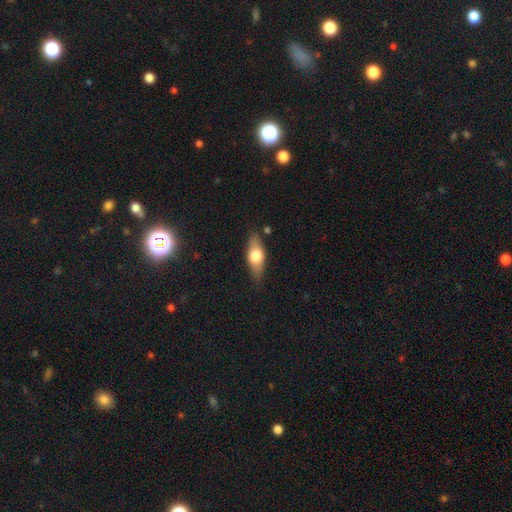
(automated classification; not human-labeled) smooth 56%, featured or disk 38%, star or artifact 6%. Down the decision tree: how rounded — in between (69%); merging — none (81%).